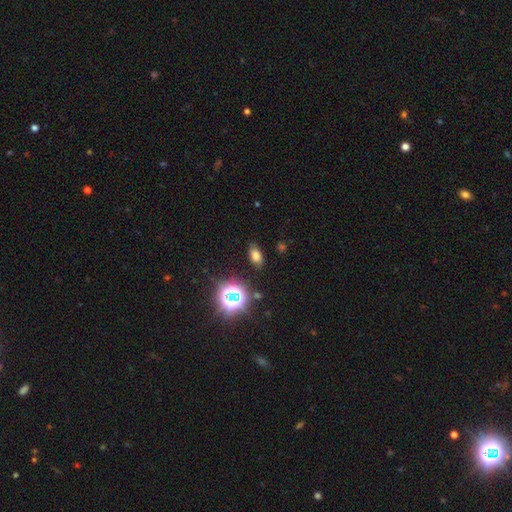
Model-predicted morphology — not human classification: Smooth or featured? Predicted: smooth (p=0.70). How rounded? Predicted: in between (p=0.86). Merging? Predicted: none (p=0.84).